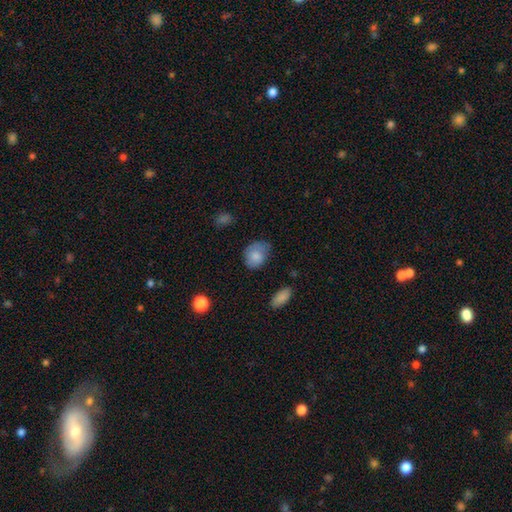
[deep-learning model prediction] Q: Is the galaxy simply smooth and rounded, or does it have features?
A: smooth — 81%.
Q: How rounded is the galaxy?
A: in between — 62%.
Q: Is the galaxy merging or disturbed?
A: none — 54%.